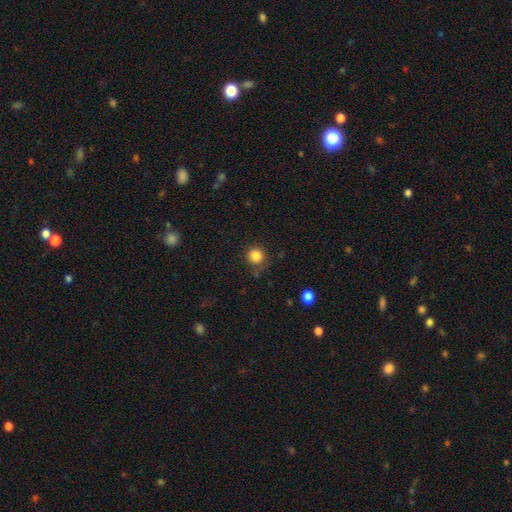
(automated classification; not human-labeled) This is clearly a smooth galaxy (84%). How rounded: clearly round (93%). Merging: likely none (80%).